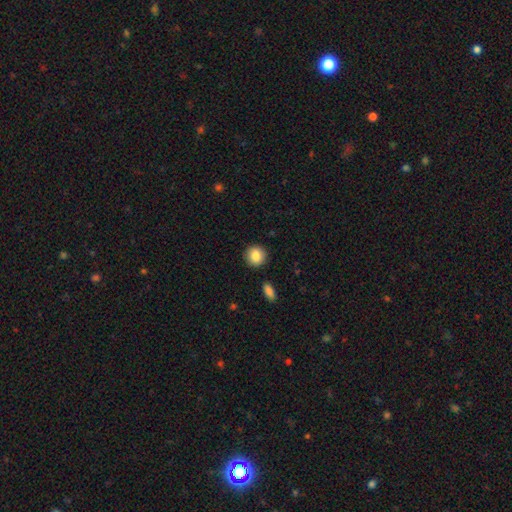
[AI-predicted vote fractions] Smooth or featured? smooth (87%)
How rounded? round (90%)
Merging? none (90%)